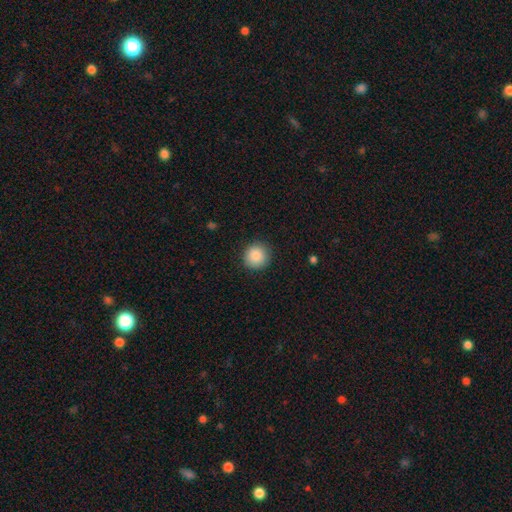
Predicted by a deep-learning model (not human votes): Smooth or featured?
  - smooth: 88% *
  - star or artifact: 8%
  - featured or disk: 3%
How rounded?
  - round: 94% *
  - in between: 5%
  - cigar-shaped: 1%
Merging?
  - none: 90% *
  - minor disturbance: 7%
  - major disturbance: 2%
  - merger: 1%